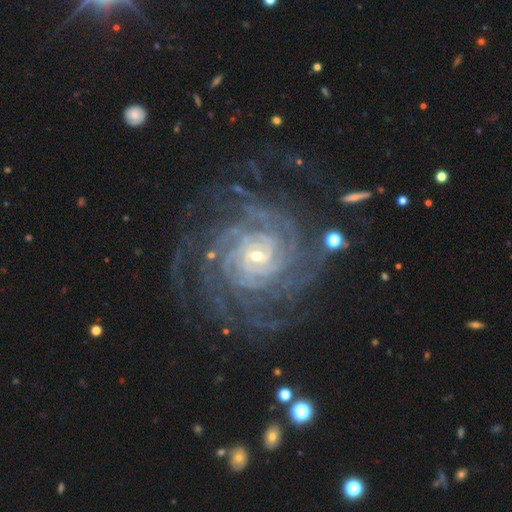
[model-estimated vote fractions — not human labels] A featured or disk galaxy (92%) with no bar (45%), more than 4 (28%) tight (80%) spiral arms (98%) and a small central bulge (69%). Merging: none (73%).